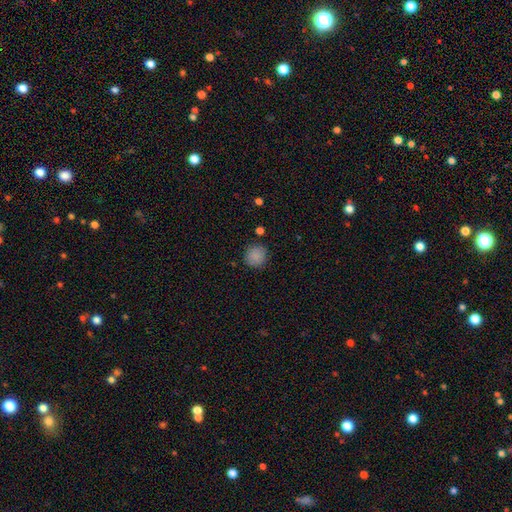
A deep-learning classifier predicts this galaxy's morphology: A smooth galaxy with no disk features (86%) that is round (91%). Merging: none (86%).